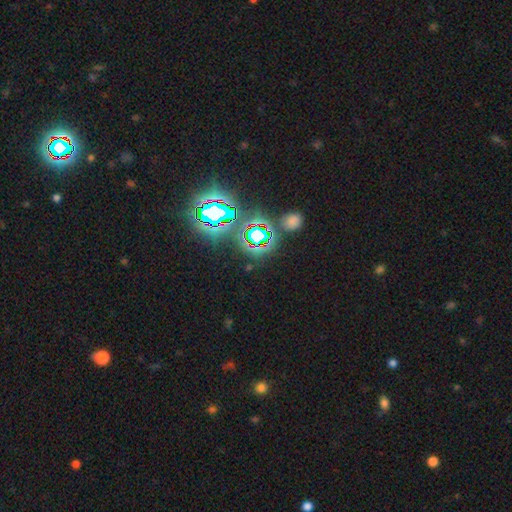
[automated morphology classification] Smooth or featured: star or artifact — 79% (smooth — 13%)